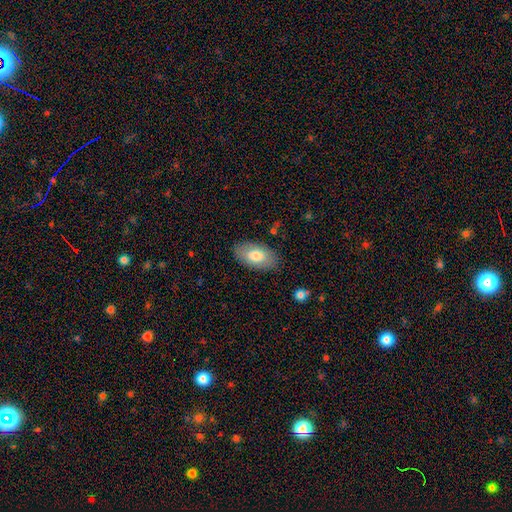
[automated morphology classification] Overall: smooth (77%). How rounded: in between (95%). Merging: none (84%).